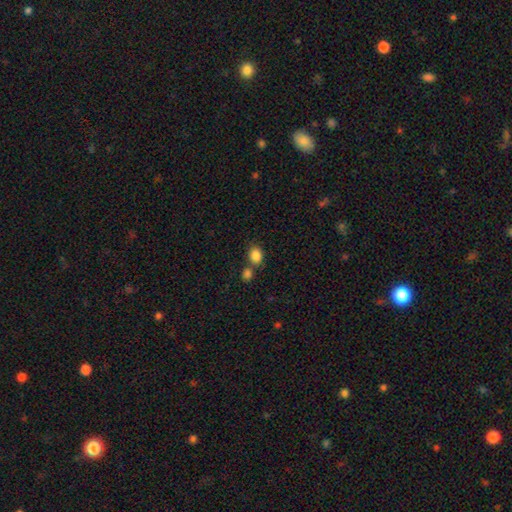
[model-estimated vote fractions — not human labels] smooth-or-featured: smooth: 86% | star or artifact: 9% | featured or disk: 5%
  how-rounded: round: 51% | in between: 48% | cigar-shaped: 1%
  merging: none: 58% | merger: 28% | minor disturbance: 10% | major disturbance: 4%